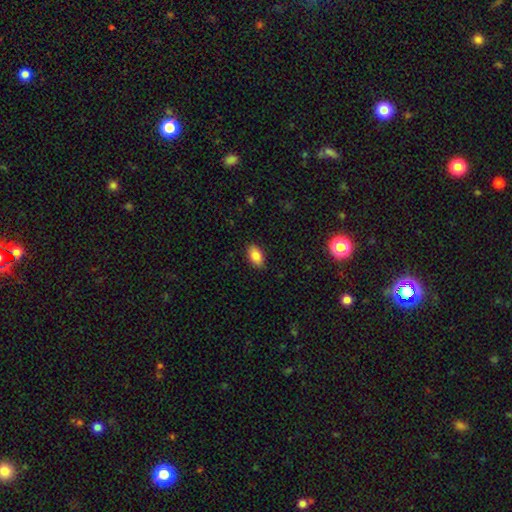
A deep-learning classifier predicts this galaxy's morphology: smooth 84%, featured or disk 8%, star or artifact 8%. Down the decision tree: how rounded — in between (92%); merging — none (88%).